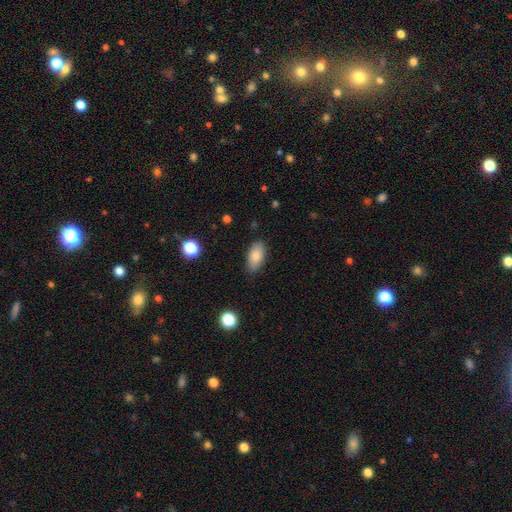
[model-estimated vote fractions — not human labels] smooth_or_featured: smooth (p=0.84) [alt: featured or disk p=0.09]
how_rounded: in between (p=0.91) [alt: cigar-shaped p=0.05]
merging: none (p=0.83) [alt: minor disturbance p=0.13]